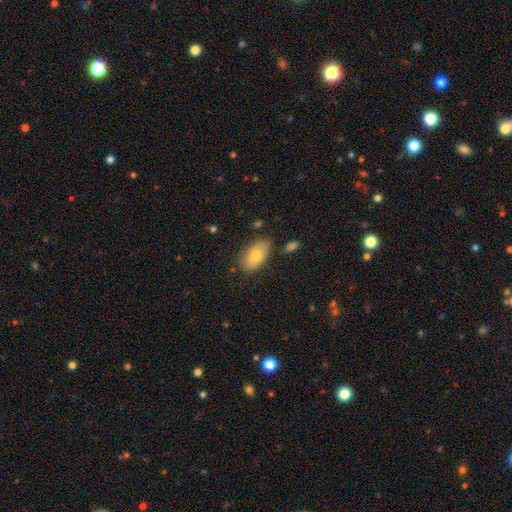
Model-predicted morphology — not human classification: This is likely a smooth galaxy (73%). How rounded: clearly in between (93%). Merging: likely none (76%).